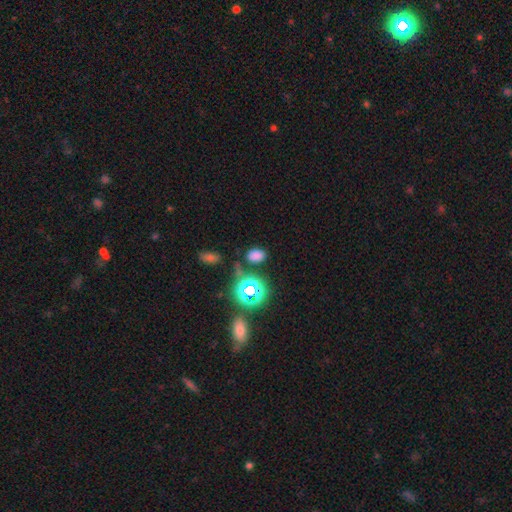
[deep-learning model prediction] Morphology: type=smooth (67%); roundness=in between (83%); merging=none (78%).